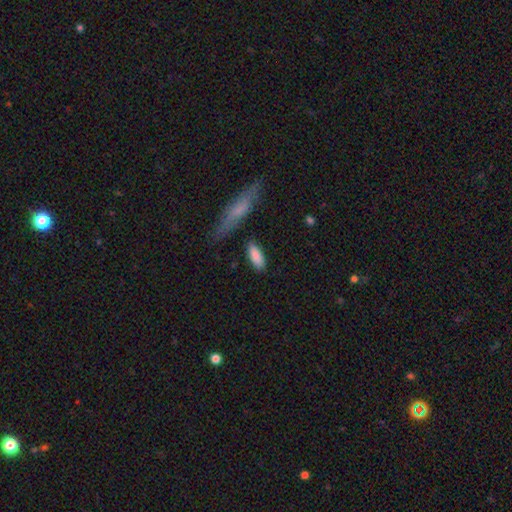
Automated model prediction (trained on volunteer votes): This appears to be a smooth galaxy with no disk features (86%) that is in between round and cigar-shaped (72%). Merging: none (79%).